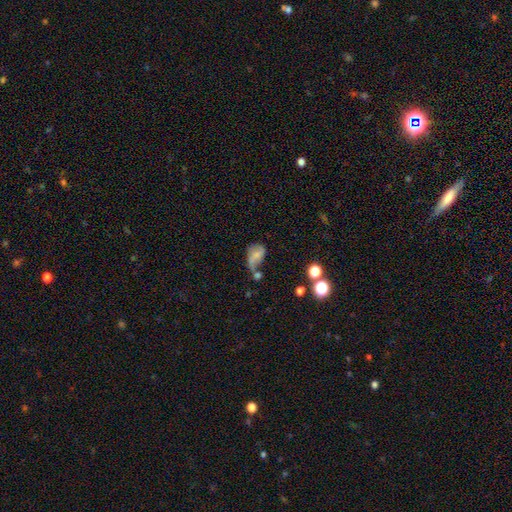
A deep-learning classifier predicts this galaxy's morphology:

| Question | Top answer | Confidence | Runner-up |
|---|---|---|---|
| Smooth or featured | smooth | 57% | featured or disk (31%) |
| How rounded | in between | 79% | round (18%) |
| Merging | merger | 28% | major disturbance (26%) |